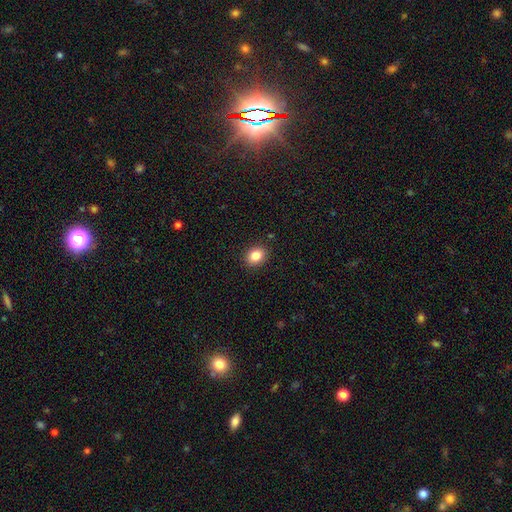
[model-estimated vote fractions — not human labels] The model was most divided on "how rounded": in between: 53%, round: 46%, cigar-shaped: 1%. More confident: merging — none (90%); smooth or featured — smooth (85%).